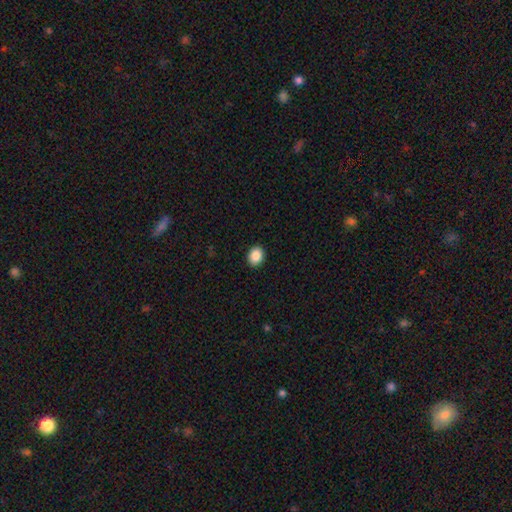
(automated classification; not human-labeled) A smooth galaxy with no disk features (89%) that is in between round and cigar-shaped (54%).

Vote fractions:
- Smooth or featured? smooth: 89% / star or artifact: 8% / featured or disk: 3%
- How rounded? in between: 54% / round: 45% / cigar-shaped: 1%
- Merging? none: 91% / minor disturbance: 6% / major disturbance: 2% / merger: 1%